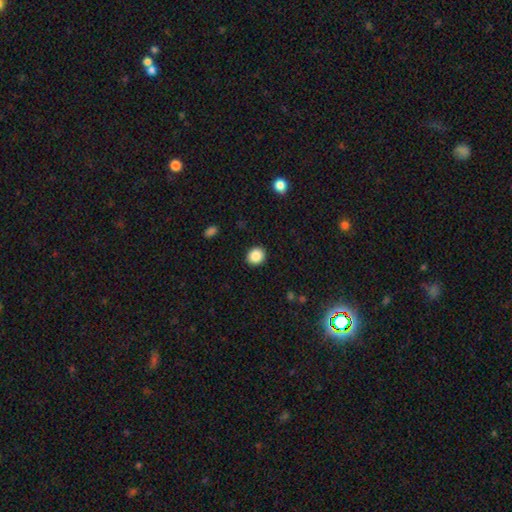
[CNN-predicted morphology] This is clearly a smooth galaxy (87%). How rounded: likely round (79%). Merging: clearly none (92%).